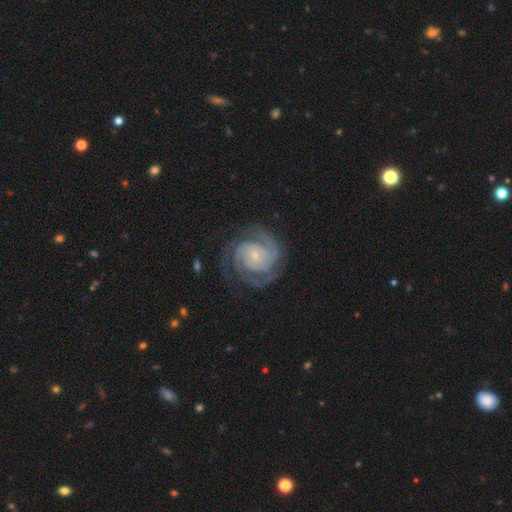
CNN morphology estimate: type=featured or disk (90%); edge-on=no (98%); bar=no (73%); spiral arms=yes (98%); winding=tight (65%); arm count=2 (45%); bulge=small (81%); merging=none (74%).